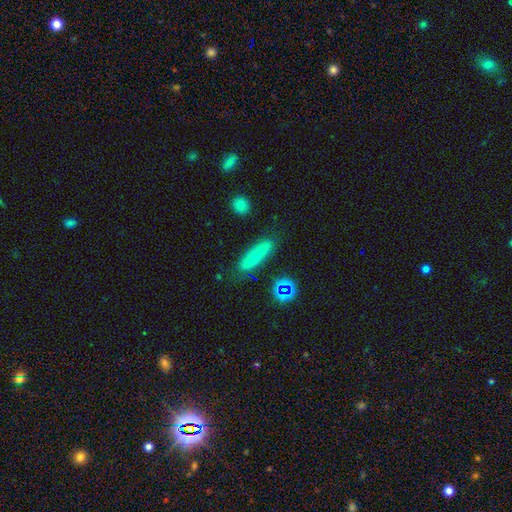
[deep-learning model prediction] smooth_or_featured: smooth (p=0.66) [alt: featured or disk p=0.23]
how_rounded: cigar-shaped (p=0.57) [alt: in between p=0.39]
merging: none (p=0.78) [alt: minor disturbance p=0.15]